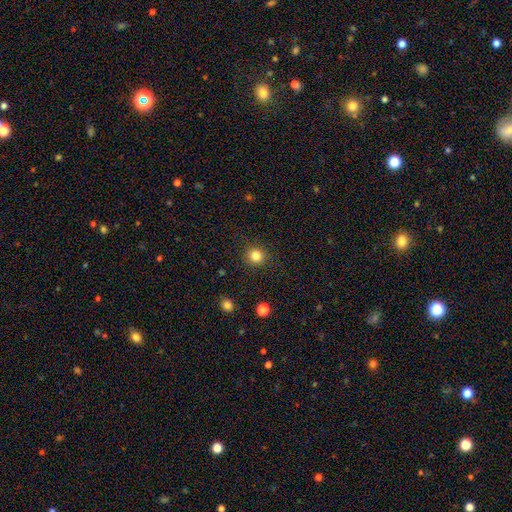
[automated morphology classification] type=smooth (83%); roundness=round (91%); merging=none (90%).